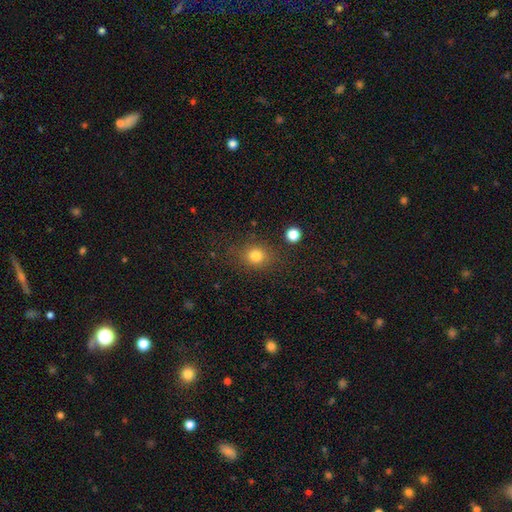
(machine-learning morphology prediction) Smooth or featured? smooth (80%)
How rounded? round (68%)
Merging? none (79%)